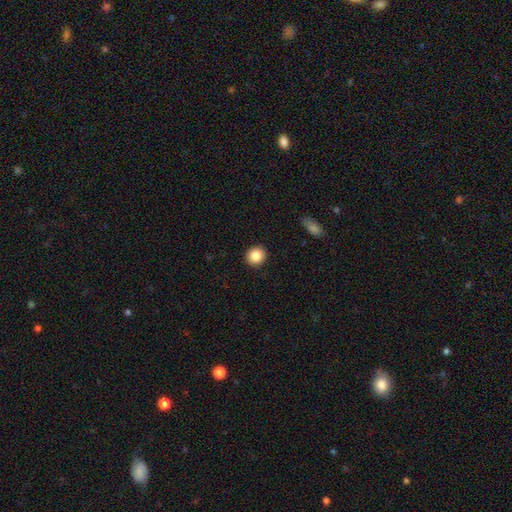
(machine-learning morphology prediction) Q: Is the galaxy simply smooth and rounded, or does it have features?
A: smooth — 85%.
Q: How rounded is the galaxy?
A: round — 90%.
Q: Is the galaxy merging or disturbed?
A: none — 92%.